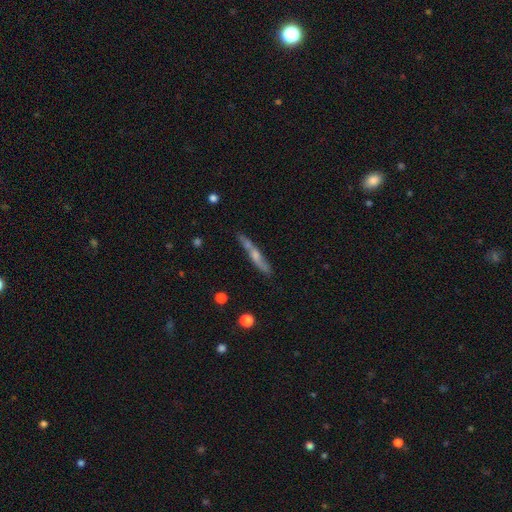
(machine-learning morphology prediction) This appears to be a featured or disk galaxy (51%) viewed edge-on (86%). Merging: none (71%).